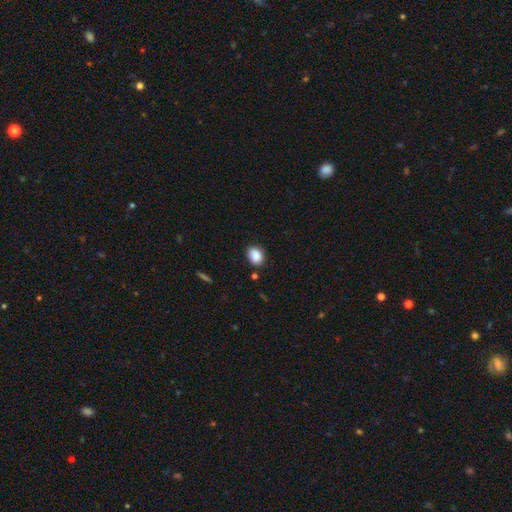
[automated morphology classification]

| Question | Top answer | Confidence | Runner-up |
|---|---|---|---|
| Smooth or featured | smooth | 87% | star or artifact (9%) |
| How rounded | in between | 63% | round (36%) |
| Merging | none | 78% | minor disturbance (16%) |